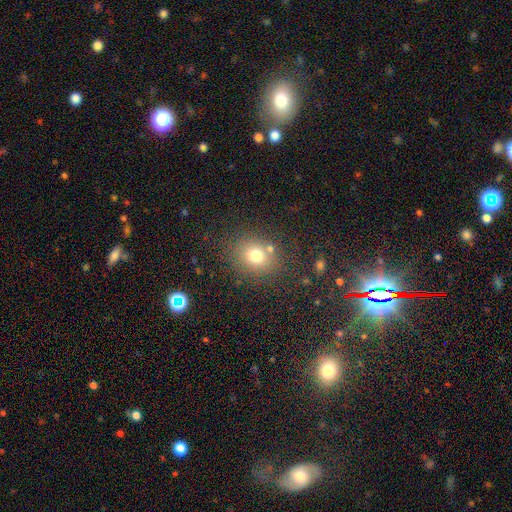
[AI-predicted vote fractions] smooth 73%, star or artifact 16%, featured or disk 11%. Down the decision tree: how rounded — round (71%); merging — none (76%).